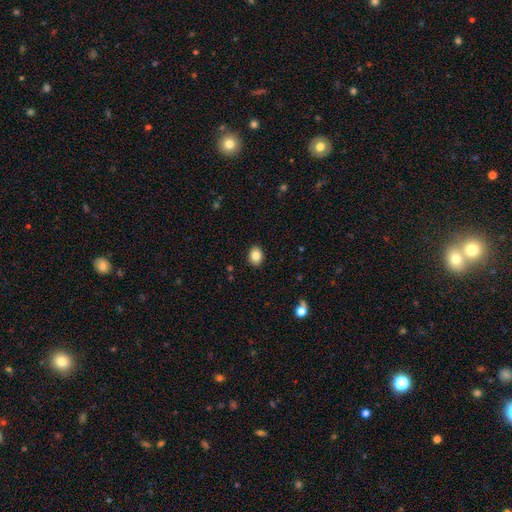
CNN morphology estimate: Smooth or featured: smooth — 84% (star or artifact — 9%)
How rounded: in between — 59% (round — 41%)
Merging: none — 90% (minor disturbance — 7%)